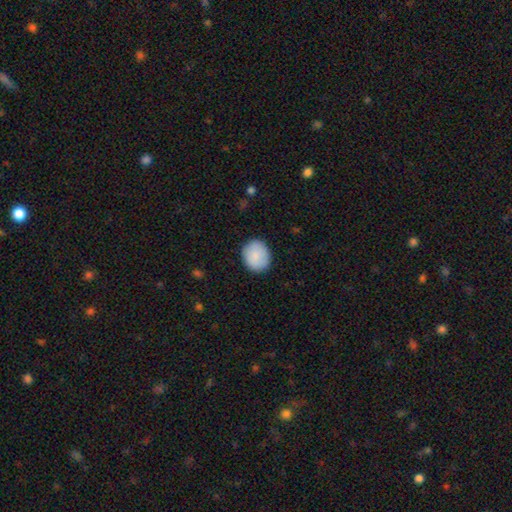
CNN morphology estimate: Smooth or featured?
  - smooth: 87% *
  - featured or disk: 7%
  - star or artifact: 6%
How rounded?
  - round: 61% *
  - in between: 39%
  - cigar-shaped: 1%
Merging?
  - none: 86% *
  - minor disturbance: 10%
  - major disturbance: 2%
  - merger: 1%